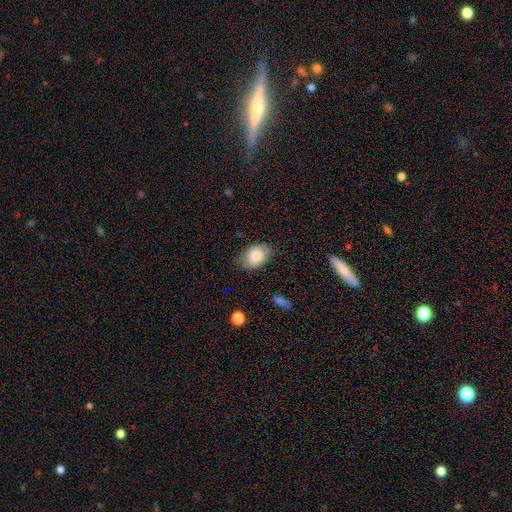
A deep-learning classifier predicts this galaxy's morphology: Overall: smooth (82%). How rounded: in between (84%). Merging: none (76%).